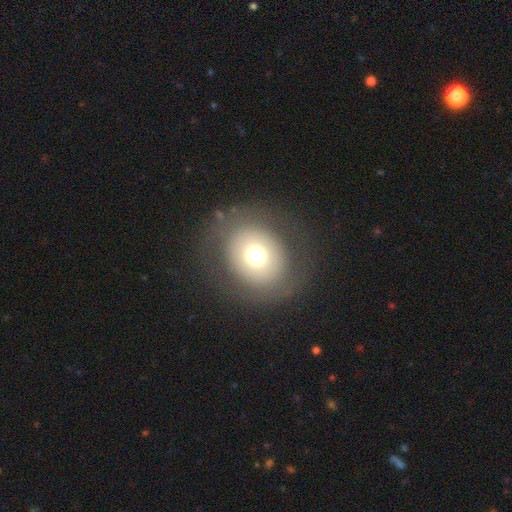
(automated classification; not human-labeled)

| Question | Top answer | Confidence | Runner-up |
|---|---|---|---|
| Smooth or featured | smooth | 67% | featured or disk (19%) |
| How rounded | round | 72% | in between (27%) |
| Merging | none | 75% | minor disturbance (12%) |